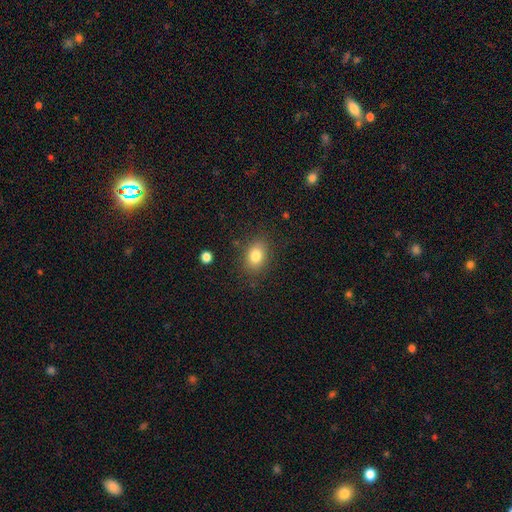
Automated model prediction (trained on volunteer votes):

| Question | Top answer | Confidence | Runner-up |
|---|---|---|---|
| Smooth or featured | smooth | 82% | star or artifact (10%) |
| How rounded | in between | 71% | round (27%) |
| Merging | none | 82% | minor disturbance (12%) |